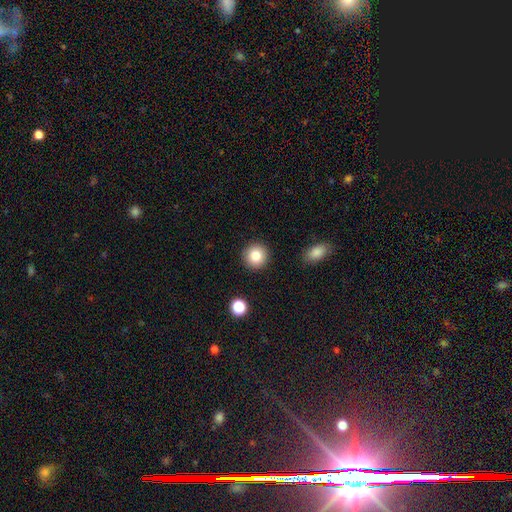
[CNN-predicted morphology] Smooth or featured? Predicted: smooth (p=0.83). How rounded? Predicted: round (p=0.94). Merging? Predicted: none (p=0.90).